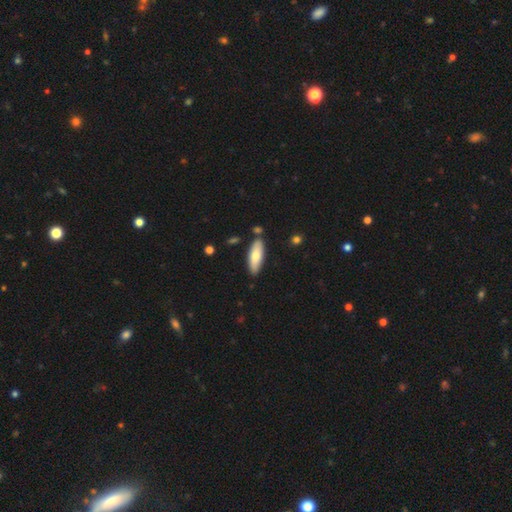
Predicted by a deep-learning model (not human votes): smooth_or_featured: smooth (p=0.72) [alt: featured or disk p=0.23]
how_rounded: in between (p=0.63) [alt: cigar-shaped p=0.35]
merging: none (p=0.83) [alt: minor disturbance p=0.11]